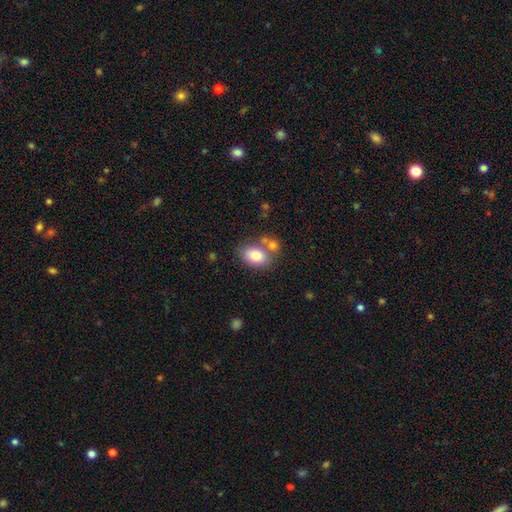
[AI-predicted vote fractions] smooth_or_featured: smooth (p=0.78) [alt: featured or disk p=0.14]
how_rounded: in between (p=0.74) [alt: round p=0.24]
merging: none (p=0.58) [alt: merger p=0.24]